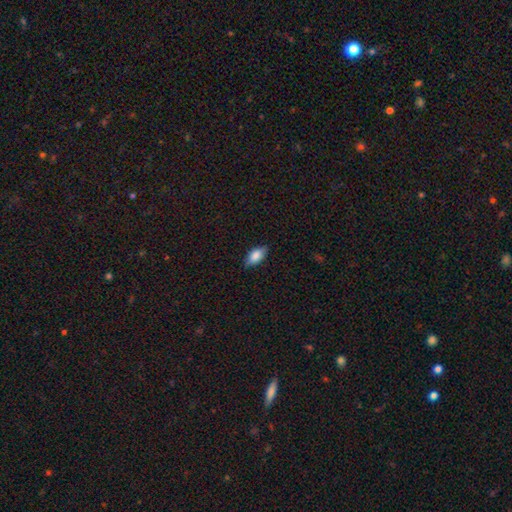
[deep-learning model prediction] Smooth or featured?
  - smooth: 82% *
  - featured or disk: 11%
  - star or artifact: 7%
How rounded?
  - in between: 89% *
  - cigar-shaped: 7%
  - round: 4%
Merging?
  - none: 82% *
  - minor disturbance: 14%
  - major disturbance: 3%
  - merger: 1%